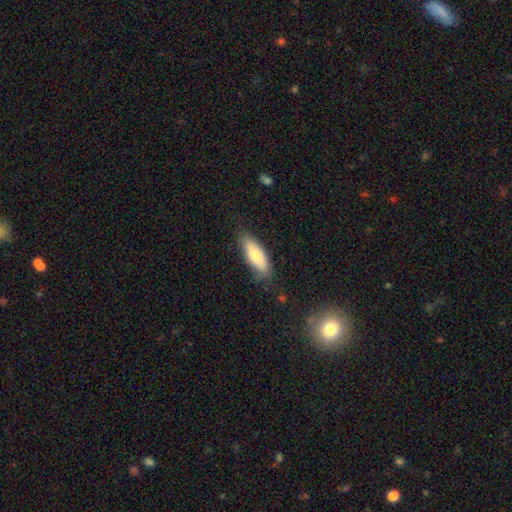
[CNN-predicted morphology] smooth-or-featured: smooth: 80% | featured or disk: 14% | star or artifact: 6%
  how-rounded: in between: 64% | cigar-shaped: 34% | round: 2%
  merging: none: 76% | minor disturbance: 18% | major disturbance: 4% | merger: 1%